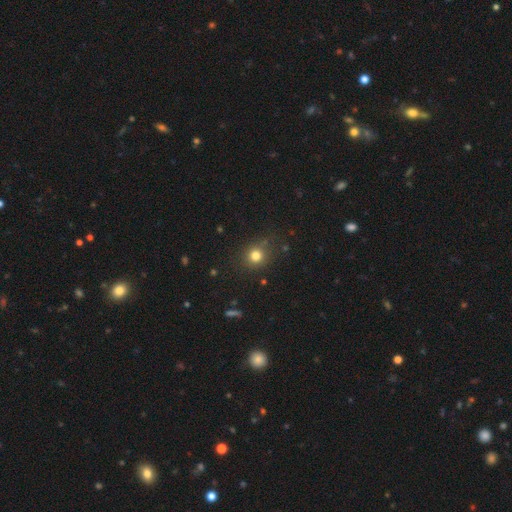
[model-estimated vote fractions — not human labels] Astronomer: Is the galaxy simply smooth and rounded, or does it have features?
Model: smooth — 79%.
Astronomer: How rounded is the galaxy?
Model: round — 87%.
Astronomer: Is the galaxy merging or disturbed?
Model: none — 83%.